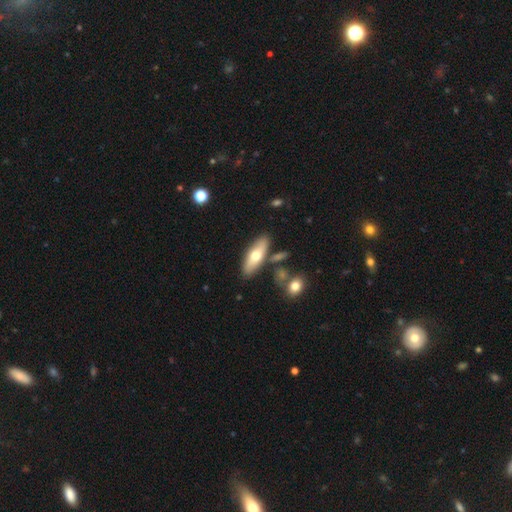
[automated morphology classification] smooth-or-featured: smooth: 61% | featured or disk: 33% | star or artifact: 6%
  how-rounded: in between: 64% | cigar-shaped: 33% | round: 3%
  merging: none: 80% | minor disturbance: 11% | merger: 7% | major disturbance: 3%